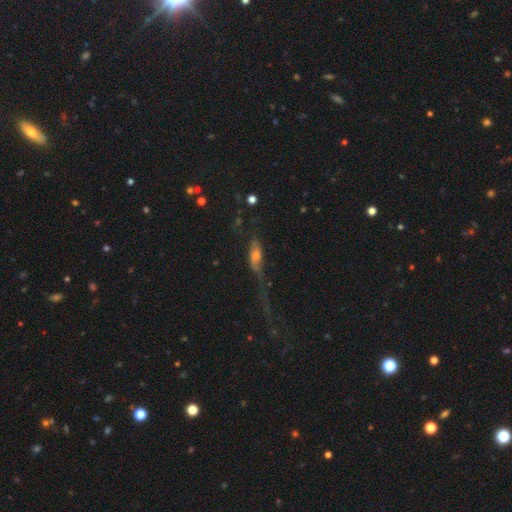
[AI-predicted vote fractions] Smooth or featured: featured or disk — 49% (smooth — 40%)
Merging: major disturbance — 49% (none — 27%)